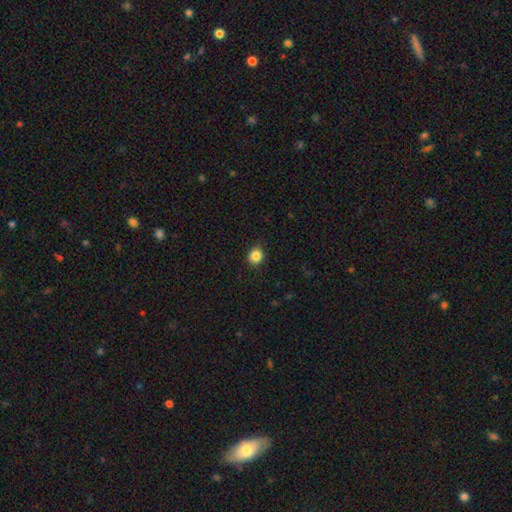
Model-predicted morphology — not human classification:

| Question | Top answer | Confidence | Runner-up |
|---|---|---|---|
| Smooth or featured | smooth | 86% | star or artifact (11%) |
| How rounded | round | 78% | in between (21%) |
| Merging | none | 88% | minor disturbance (9%) |